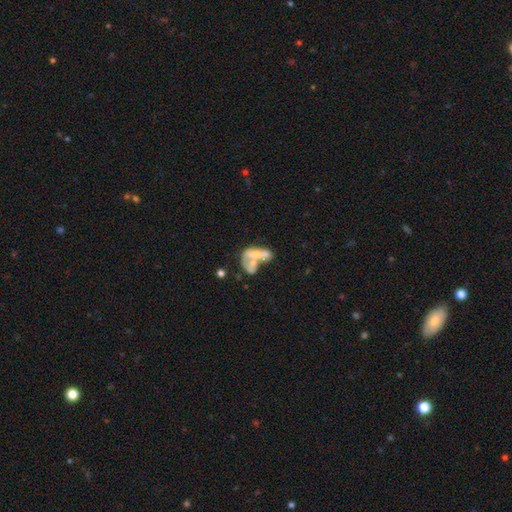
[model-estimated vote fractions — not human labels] This appears to be a featured or disk galaxy (49%). Merging: merger (63%).